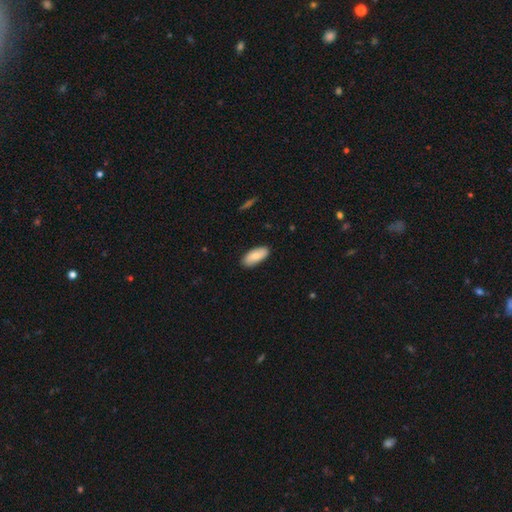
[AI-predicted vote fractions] Q: Smooth or featured?
A: smooth (81%); runner-up: featured or disk (13%)
Q: How rounded?
A: in between (88%); runner-up: cigar-shaped (10%)
Q: Merging?
A: none (88%); runner-up: minor disturbance (10%)